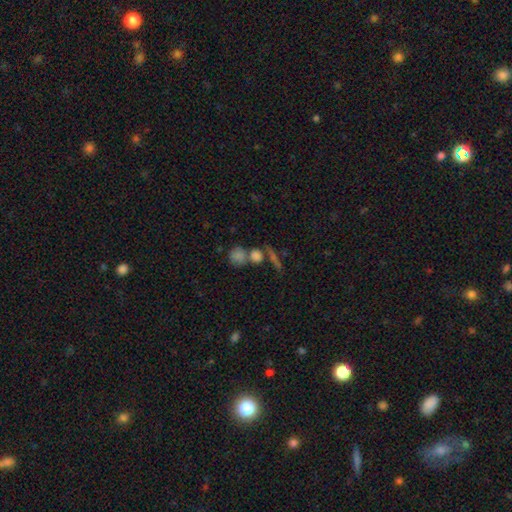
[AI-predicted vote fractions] A smooth galaxy with no disk features (70%) that is round (66%).

Vote fractions:
- Smooth or featured? smooth: 70% / featured or disk: 16% / star or artifact: 14%
- How rounded? round: 66% / in between: 24% / cigar-shaped: 10%
- Merging? none: 48% / merger: 36% / minor disturbance: 10% / major disturbance: 6%